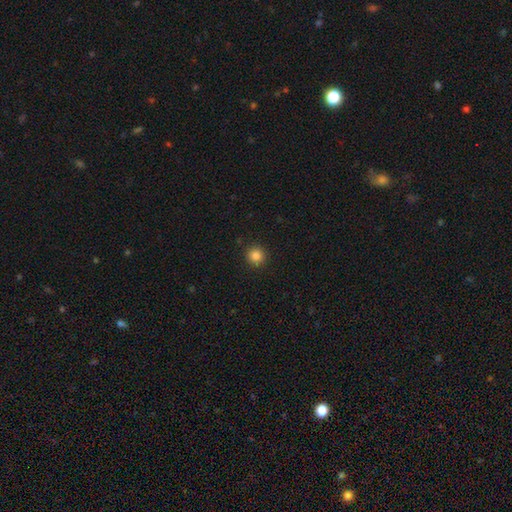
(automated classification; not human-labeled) Q: Smooth or featured?
A: smooth (85%); runner-up: star or artifact (12%)
Q: How rounded?
A: round (95%); runner-up: in between (4%)
Q: Merging?
A: none (92%); runner-up: minor disturbance (5%)